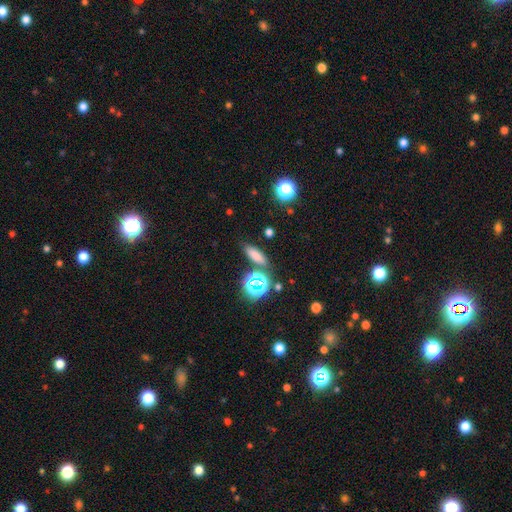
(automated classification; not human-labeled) Smooth or featured? Predicted: smooth (p=0.71). How rounded? Predicted: in between (p=0.52). Merging? Predicted: none (p=0.79).